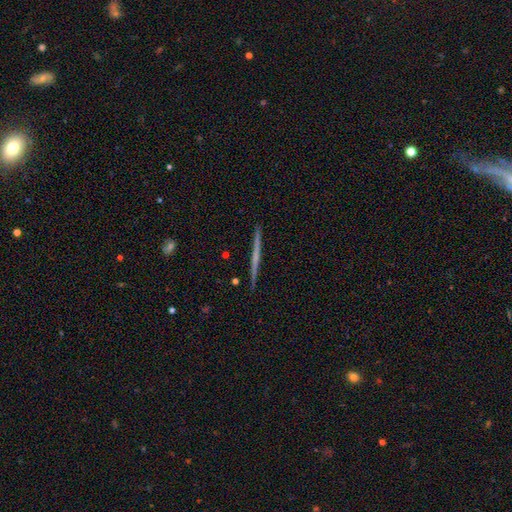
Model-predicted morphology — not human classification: Overall: featured or disk (62%; smooth 32%). Edge-on disk: yes (98%). Edge-on bulge: none (82%). Merging: none (93%).